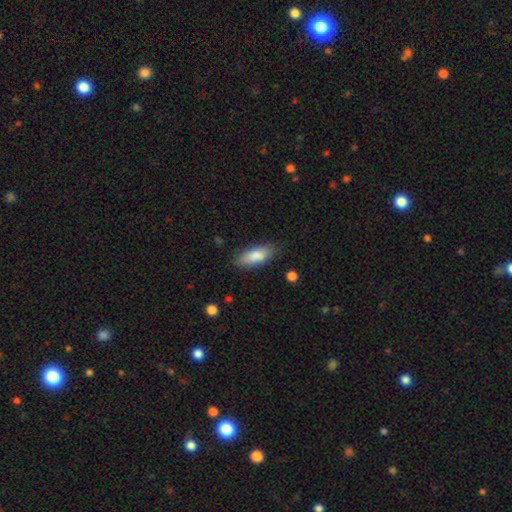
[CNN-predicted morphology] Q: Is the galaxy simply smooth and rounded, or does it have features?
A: smooth — 85%.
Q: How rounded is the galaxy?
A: in between — 78%.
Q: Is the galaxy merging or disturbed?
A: none — 78%.